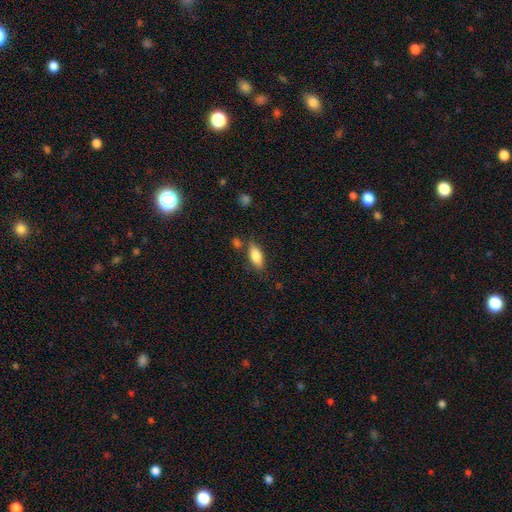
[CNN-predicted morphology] type=smooth (81%); roundness=in between (81%); merging=none (72%).